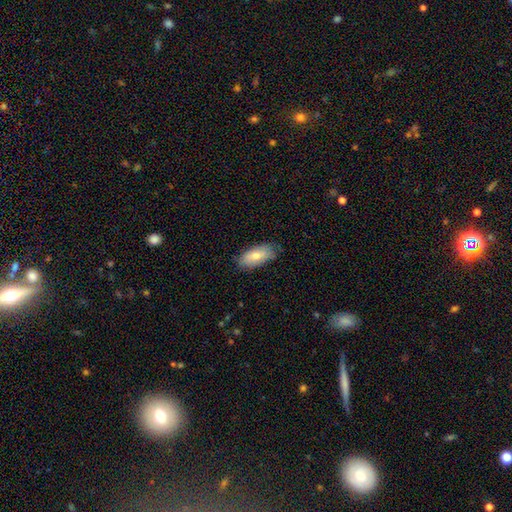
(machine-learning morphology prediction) Smooth or featured?
  - smooth: 70% *
  - featured or disk: 23%
  - star or artifact: 7%
How rounded?
  - in between: 85% *
  - cigar-shaped: 12%
  - round: 3%
Merging?
  - none: 79% *
  - minor disturbance: 17%
  - major disturbance: 3%
  - merger: 1%